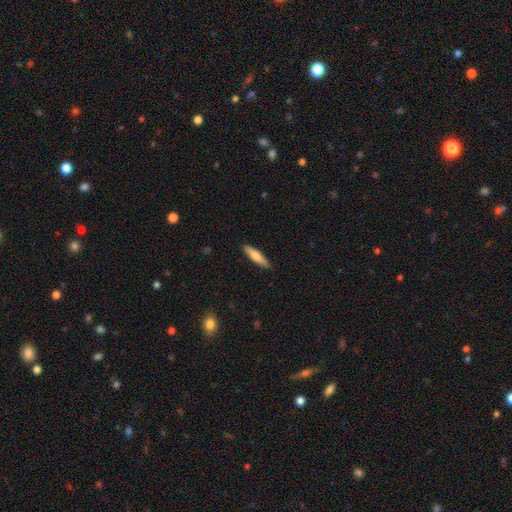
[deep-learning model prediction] smooth_or_featured: smooth (p=0.70) [alt: featured or disk p=0.25]
how_rounded: cigar-shaped (p=0.77) [alt: in between p=0.21]
merging: none (p=0.89) [alt: minor disturbance p=0.08]